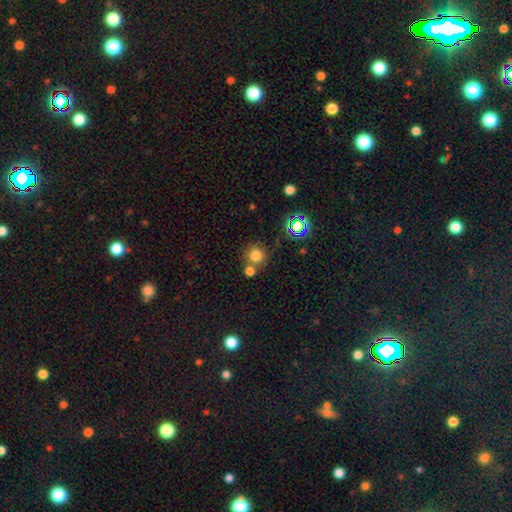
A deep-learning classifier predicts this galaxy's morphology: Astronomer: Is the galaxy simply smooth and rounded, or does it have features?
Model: smooth — 77%.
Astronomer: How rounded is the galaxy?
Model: round — 92%.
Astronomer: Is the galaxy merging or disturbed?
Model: none — 68%.